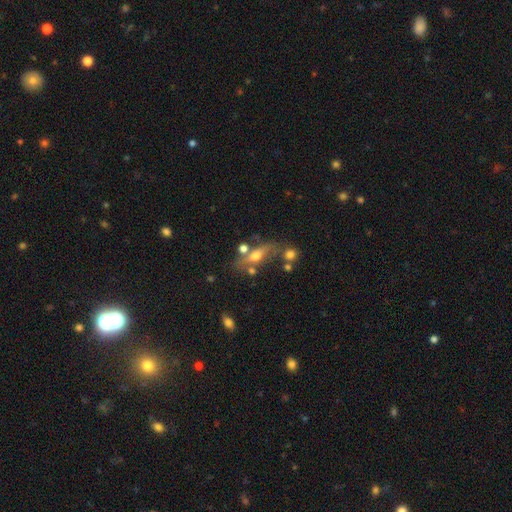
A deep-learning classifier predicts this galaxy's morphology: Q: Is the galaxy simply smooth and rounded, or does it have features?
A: smooth — 45%, tied with featured or disk.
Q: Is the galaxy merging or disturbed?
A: none — 52%.